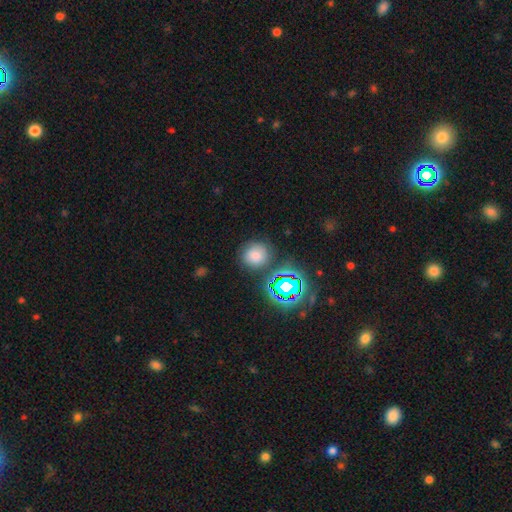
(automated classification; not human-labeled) Overall: smooth (70%). How rounded: round (84%). Merging: none (79%).